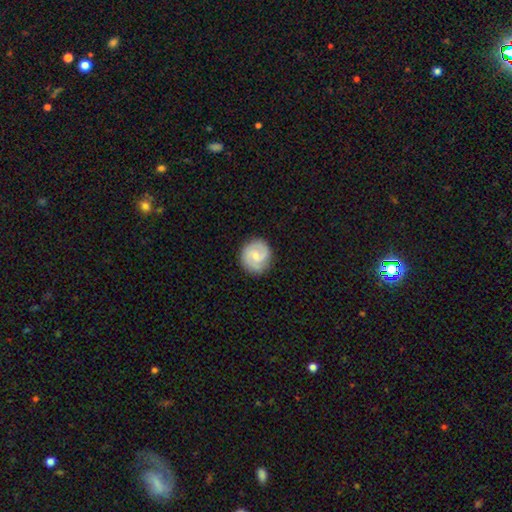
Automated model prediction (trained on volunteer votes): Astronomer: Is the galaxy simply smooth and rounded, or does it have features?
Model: featured or disk — 56% (runner-up: smooth, 38%).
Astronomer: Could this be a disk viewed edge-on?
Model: no — 98%.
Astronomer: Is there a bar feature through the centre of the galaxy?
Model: no — 49% (runner-up: weak, 45%).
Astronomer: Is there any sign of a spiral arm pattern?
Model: yes — 90%.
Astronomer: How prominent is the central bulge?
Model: small — 58%.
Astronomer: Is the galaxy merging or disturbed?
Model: none — 84%.